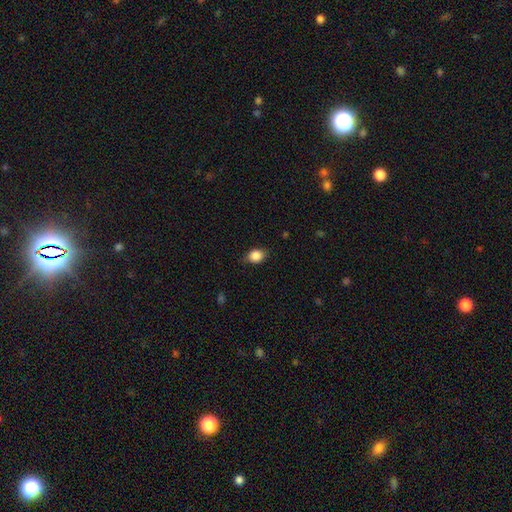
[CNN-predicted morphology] smooth_or_featured: smooth (p=0.86) [alt: star or artifact p=0.09]
how_rounded: in between (p=0.60) [alt: round p=0.39]
merging: none (p=0.81) [alt: minor disturbance p=0.15]